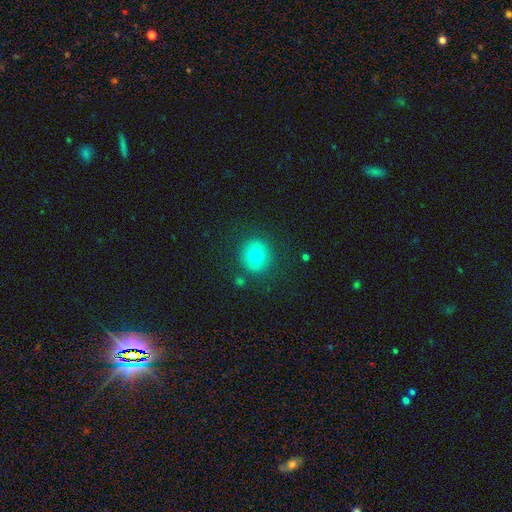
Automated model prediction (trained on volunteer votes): smooth_or_featured: smooth (p=0.74) [alt: featured or disk p=0.14]
how_rounded: round (p=0.89) [alt: in between p=0.10]
merging: none (p=0.84) [alt: minor disturbance p=0.09]